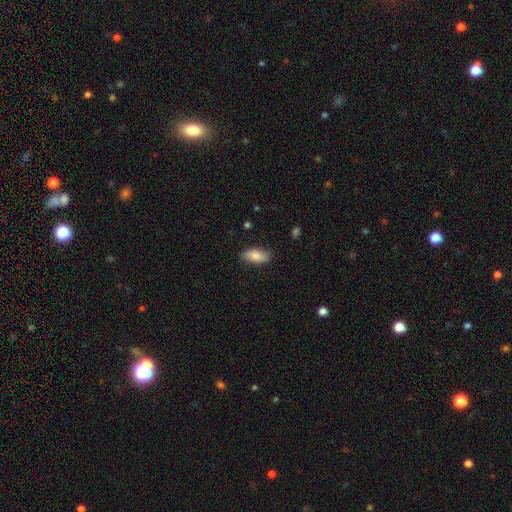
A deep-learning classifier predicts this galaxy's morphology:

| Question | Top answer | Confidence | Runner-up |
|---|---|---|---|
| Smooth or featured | smooth | 78% | featured or disk (16%) |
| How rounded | in between | 89% | cigar-shaped (8%) |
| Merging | none | 85% | minor disturbance (12%) |